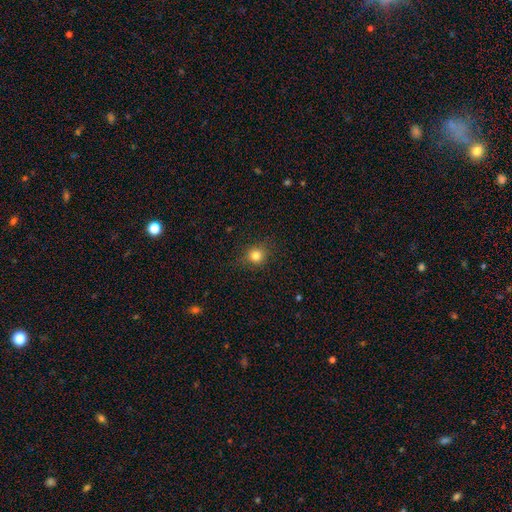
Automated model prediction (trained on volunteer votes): smooth-or-featured: smooth: 81% | star or artifact: 13% | featured or disk: 6%
  how-rounded: round: 87% | in between: 12% | cigar-shaped: 1%
  merging: none: 84% | minor disturbance: 11% | major disturbance: 3% | merger: 1%